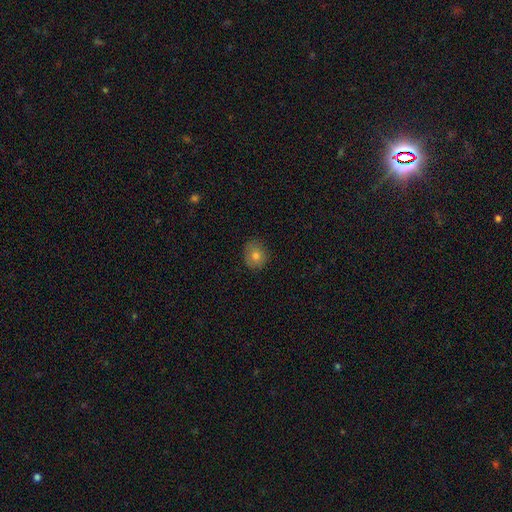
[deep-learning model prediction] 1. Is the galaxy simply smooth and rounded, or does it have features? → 74% smooth, 14% featured or disk, 12% star or artifact.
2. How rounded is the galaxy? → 79% round, 20% in between, 1% cigar-shaped.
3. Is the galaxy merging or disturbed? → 82% none, 14% minor disturbance, 3% major disturbance, 1% merger.